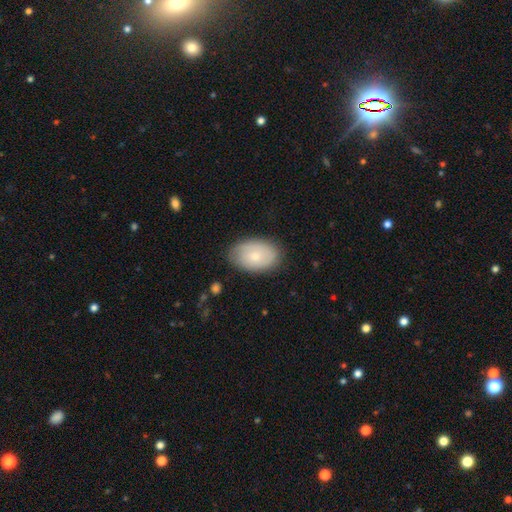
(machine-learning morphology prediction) Overall: smooth (62%; featured or disk 32%). How rounded: in between (87%). Merging: none (79%).